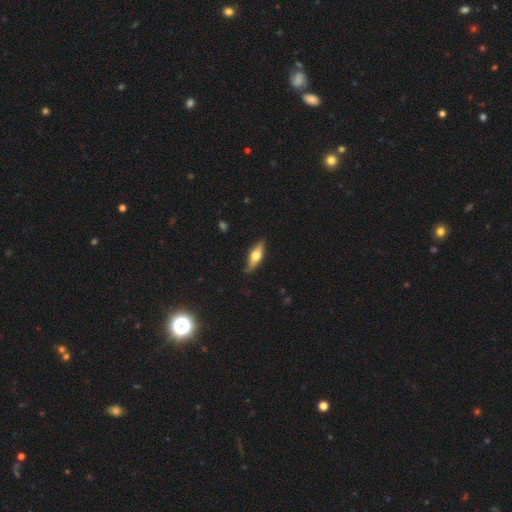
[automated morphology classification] smooth_or_featured: featured or disk (p=0.47) [tied with: smooth p=0.47]
merging: none (p=0.84) [alt: minor disturbance p=0.12]